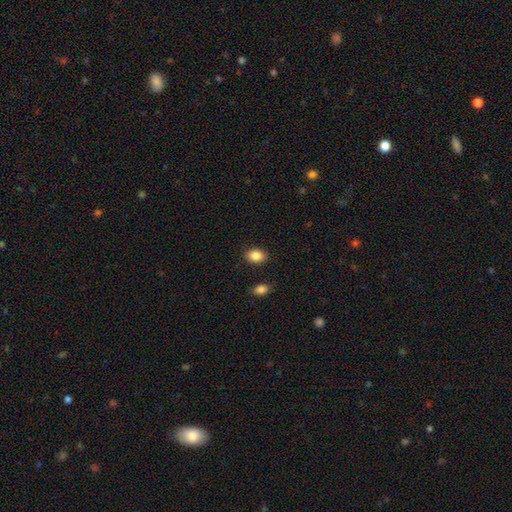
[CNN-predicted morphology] Smooth or featured?
  - smooth: 87% *
  - star or artifact: 8%
  - featured or disk: 5%
How rounded?
  - in between: 77% *
  - round: 22%
  - cigar-shaped: 1%
Merging?
  - none: 87% *
  - minor disturbance: 9%
  - major disturbance: 2%
  - merger: 2%